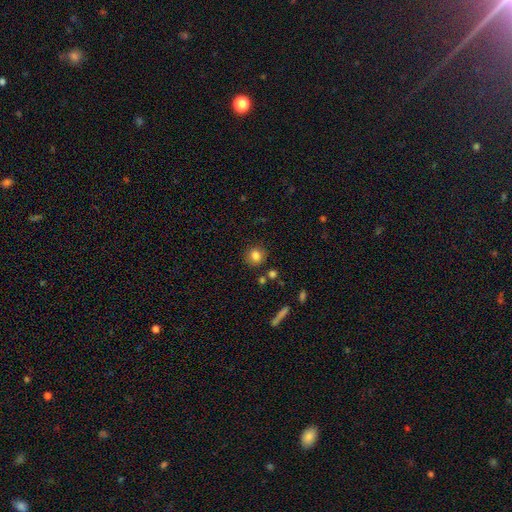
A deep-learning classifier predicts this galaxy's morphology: Smooth or featured?
  - smooth: 82% *
  - star or artifact: 11%
  - featured or disk: 7%
How rounded?
  - round: 83% *
  - in between: 15%
  - cigar-shaped: 1%
Merging?
  - none: 84% *
  - minor disturbance: 9%
  - merger: 4%
  - major disturbance: 3%